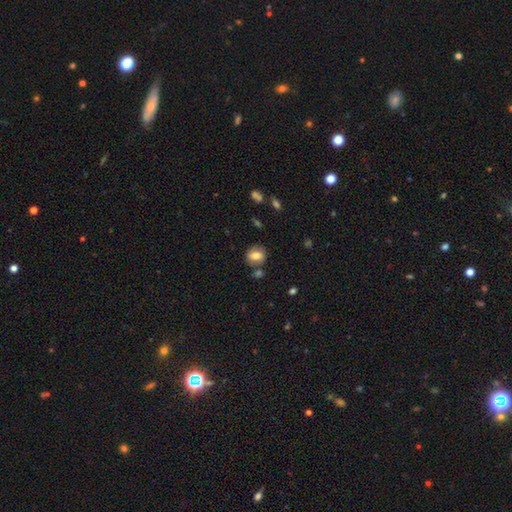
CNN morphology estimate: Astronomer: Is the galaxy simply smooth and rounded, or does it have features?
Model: smooth — 72%.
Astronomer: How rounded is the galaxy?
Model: round — 57% (runner-up: in between, 41%).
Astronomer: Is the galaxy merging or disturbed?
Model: none — 73%.